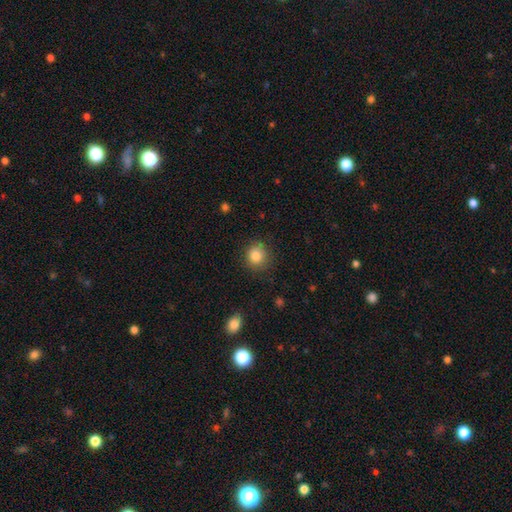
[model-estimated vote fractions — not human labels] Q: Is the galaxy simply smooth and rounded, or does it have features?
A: smooth — 84%.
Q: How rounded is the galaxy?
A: round — 85%.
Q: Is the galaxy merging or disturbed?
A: none — 83%.